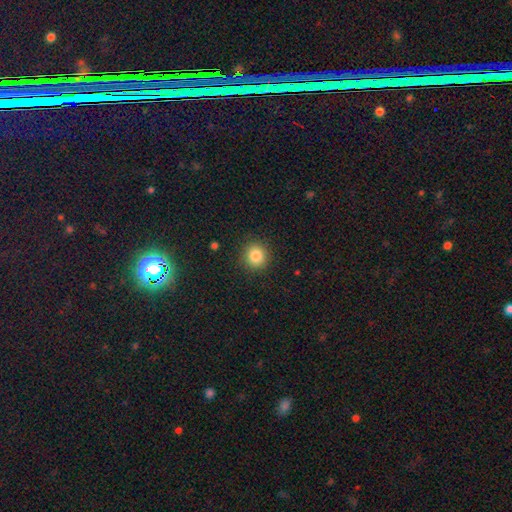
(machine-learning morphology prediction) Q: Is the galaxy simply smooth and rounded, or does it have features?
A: smooth — 84%.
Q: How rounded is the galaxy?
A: round — 90%.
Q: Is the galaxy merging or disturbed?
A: none — 90%.